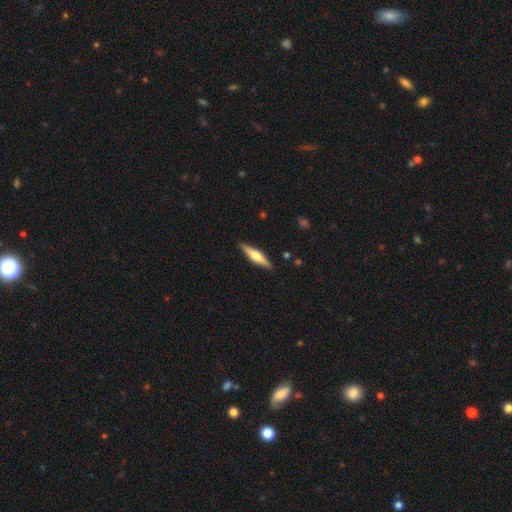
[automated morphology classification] Smooth or featured? Predicted: featured or disk (p=0.57). Edge-on disk? Predicted: yes (p=0.97). Edge-on bulge? Predicted: rounded (p=0.83). Merging? Predicted: none (p=0.90).